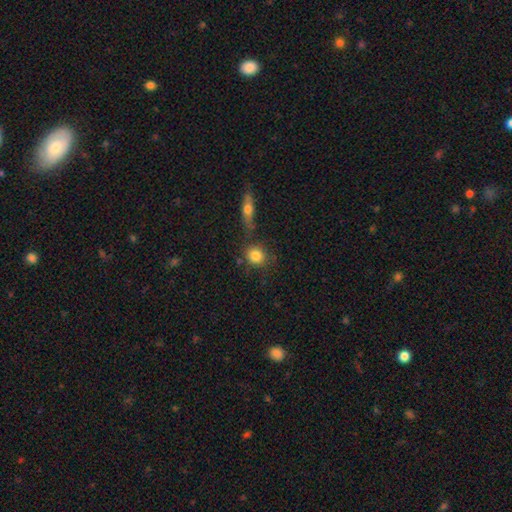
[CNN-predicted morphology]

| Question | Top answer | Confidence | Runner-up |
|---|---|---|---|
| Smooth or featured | smooth | 83% | star or artifact (9%) |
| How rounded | round | 82% | in between (16%) |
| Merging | none | 69% | merger (15%) |